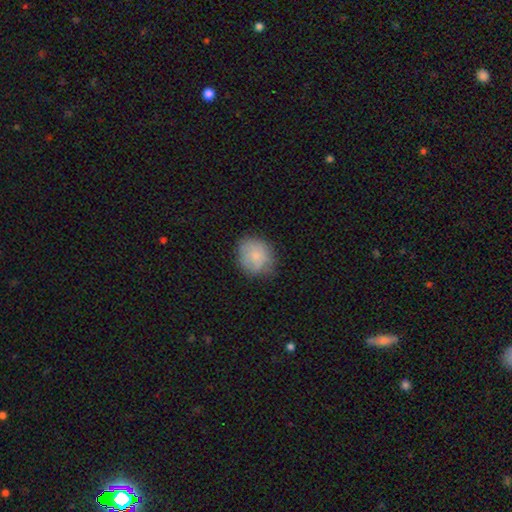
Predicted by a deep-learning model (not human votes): Overall: smooth (75%). How rounded: round (78%). Merging: none (66%).